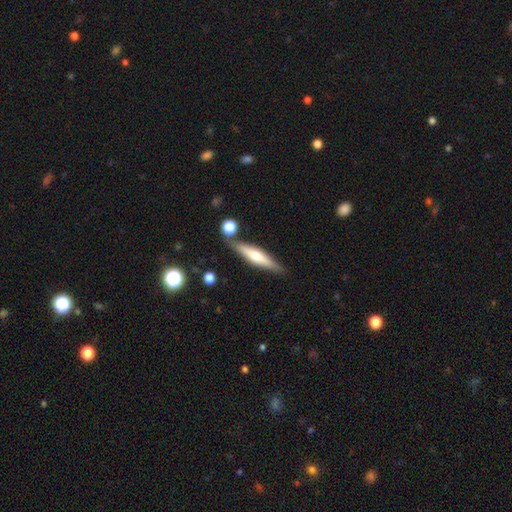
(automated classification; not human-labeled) Smooth or featured?
  - featured or disk: 54% *
  - smooth: 40%
  - star or artifact: 6%
Edge-on disk?
  - yes: 94% *
  - no: 6%
Edge-on bulge?
  - rounded: 82% *
  - boxy: 10%
  - none: 8%
Merging?
  - none: 78% *
  - minor disturbance: 12%
  - merger: 7%
  - major disturbance: 3%